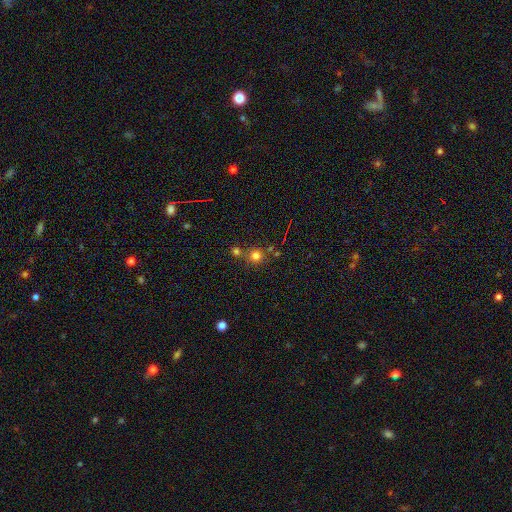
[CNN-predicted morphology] A smooth galaxy with no disk features (75%) that is round (92%).

Vote fractions:
- Smooth or featured? smooth: 75% / star or artifact: 18% / featured or disk: 7%
- How rounded? round: 92% / in between: 7% / cigar-shaped: 1%
- Merging? none: 69% / merger: 20% / minor disturbance: 8% / major disturbance: 3%